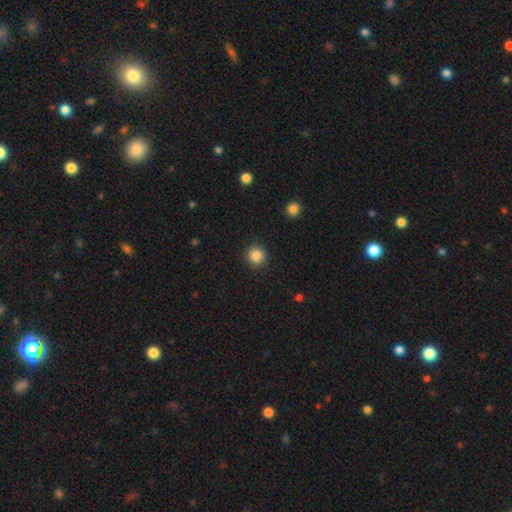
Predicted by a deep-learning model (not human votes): This is clearly a smooth galaxy (86%). How rounded: clearly round (93%). Merging: clearly none (90%).